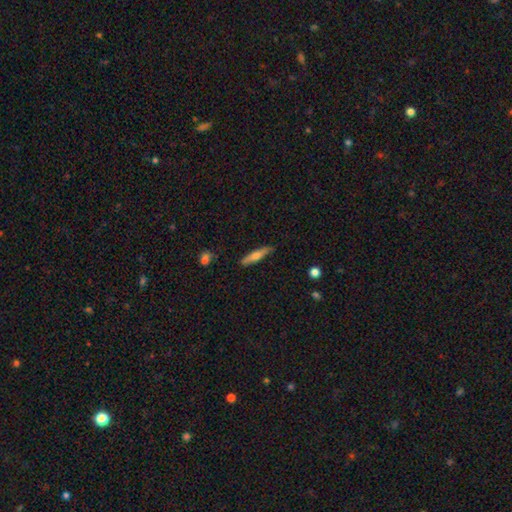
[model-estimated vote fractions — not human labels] Overall: smooth (53%; featured or disk 41%). How rounded: cigar-shaped (86%). Merging: none (85%).